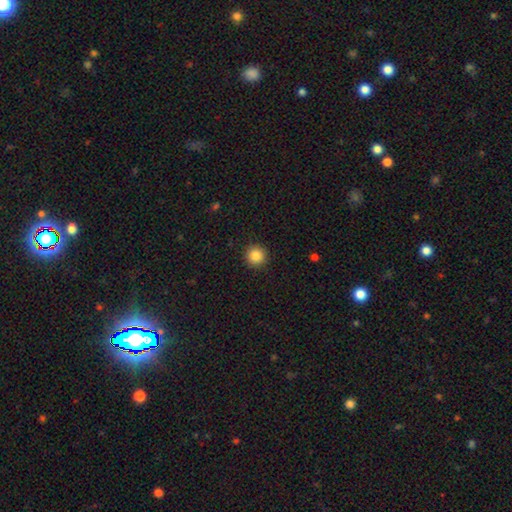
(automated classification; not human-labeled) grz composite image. It shows a smooth galaxy with no disk features (85%) that is round (95%). Merging: none (92%).